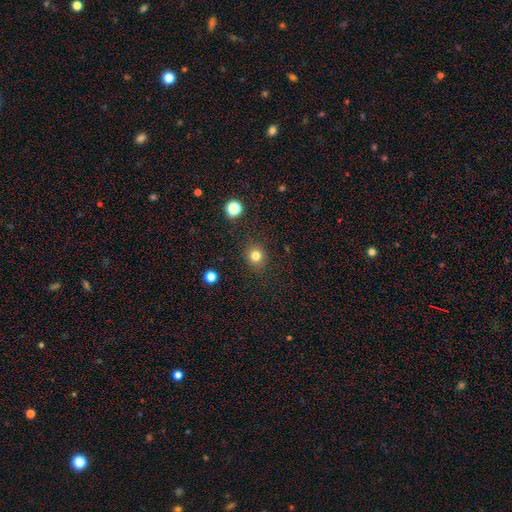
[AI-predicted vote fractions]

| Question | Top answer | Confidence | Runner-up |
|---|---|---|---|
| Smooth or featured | smooth | 80% | star or artifact (14%) |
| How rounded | round | 87% | in between (13%) |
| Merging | none | 89% | minor disturbance (7%) |